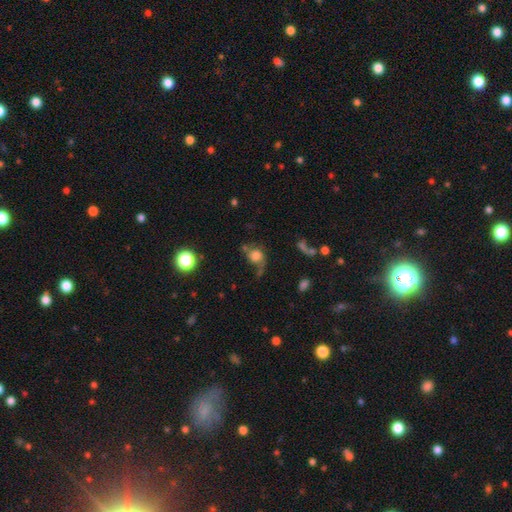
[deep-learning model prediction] smooth-or-featured: smooth: 52% | featured or disk: 35% | star or artifact: 14%
  how-rounded: round: 69% | in between: 29% | cigar-shaped: 2%
  merging: none: 36% | major disturbance: 32% | minor disturbance: 21% | merger: 11%